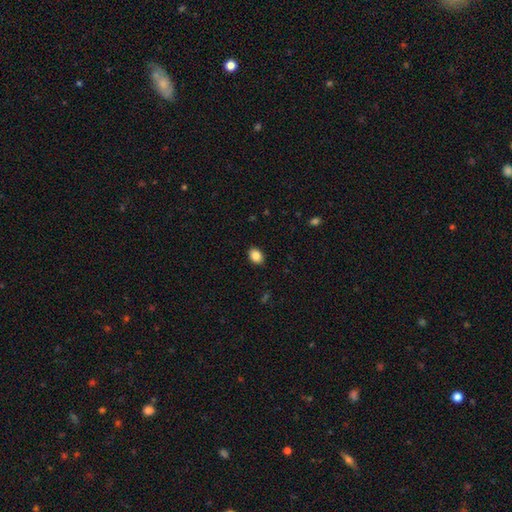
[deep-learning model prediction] A smooth galaxy with no disk features (87%) that is in between round and cigar-shaped (73%).

Vote fractions:
- Smooth or featured? smooth: 87% / star or artifact: 9% / featured or disk: 5%
- How rounded? in between: 73% / round: 26% / cigar-shaped: 1%
- Merging? none: 89% / minor disturbance: 8% / major disturbance: 2% / merger: 1%